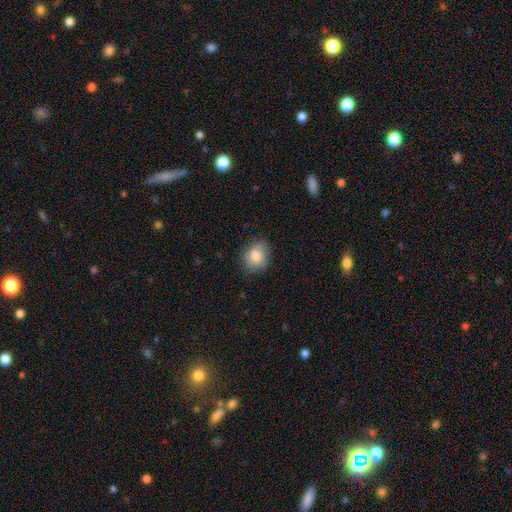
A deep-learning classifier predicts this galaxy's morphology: A smooth galaxy with no disk features (82%) that is round (53%). Merging: none (83%).